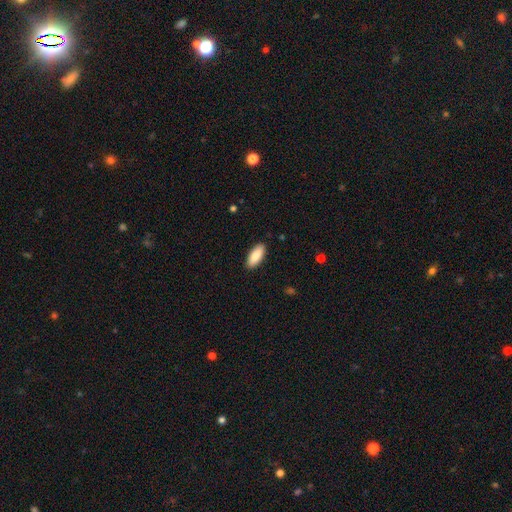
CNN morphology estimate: type=smooth (87%); roundness=in between (84%); merging=none (89%).